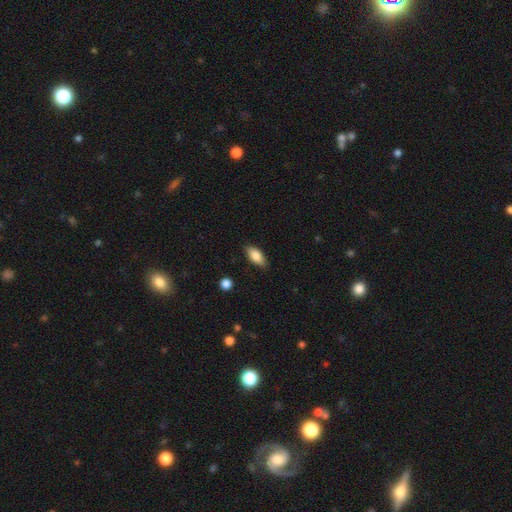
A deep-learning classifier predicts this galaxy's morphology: A smooth galaxy with no disk features (83%) that is in between round and cigar-shaped (86%). Merging: none (86%).